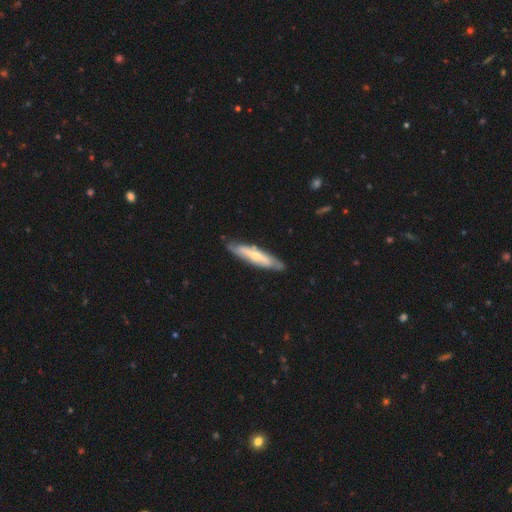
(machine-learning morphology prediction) type=featured or disk (62%); edge-on=yes (55%); merging=none (79%).